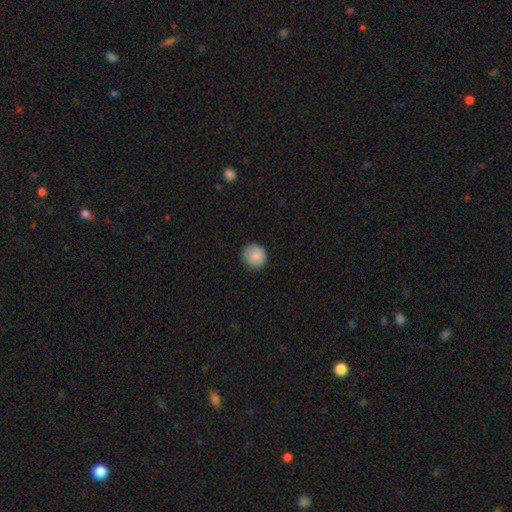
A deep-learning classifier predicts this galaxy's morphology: smooth-or-featured: smooth: 88% | star or artifact: 8% | featured or disk: 4%
  how-rounded: round: 93% | in between: 6% | cigar-shaped: 1%
  merging: none: 88% | minor disturbance: 9% | major disturbance: 2% | merger: 1%